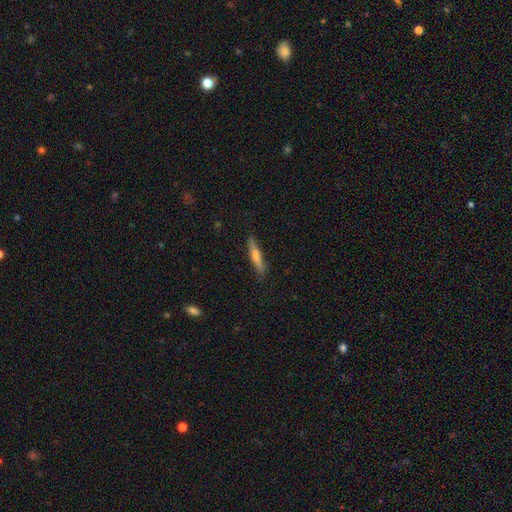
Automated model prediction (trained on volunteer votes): This is likely a smooth galaxy (61%). How rounded: clearly cigar-shaped (91%). Merging: clearly none (86%).